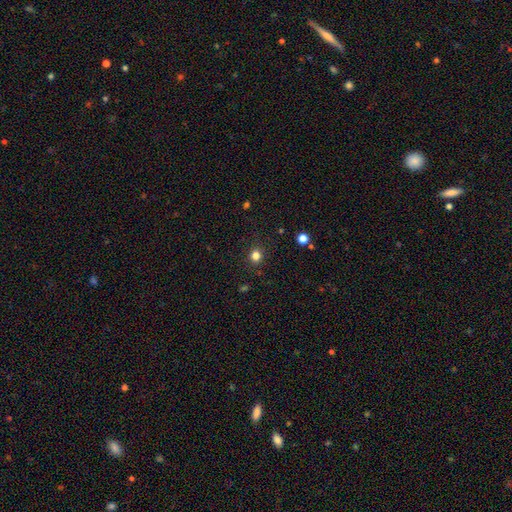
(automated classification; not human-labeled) This appears to be a smooth galaxy with no disk features (81%) that is round (86%). Merging: none (90%).